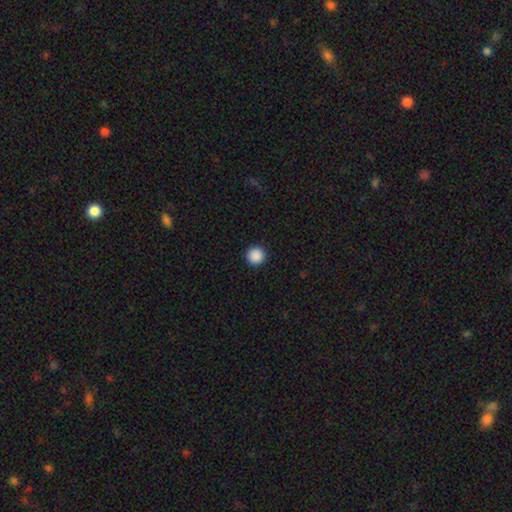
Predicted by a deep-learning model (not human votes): Morphology: type=smooth (89%); roundness=round (95%); merging=none (93%).